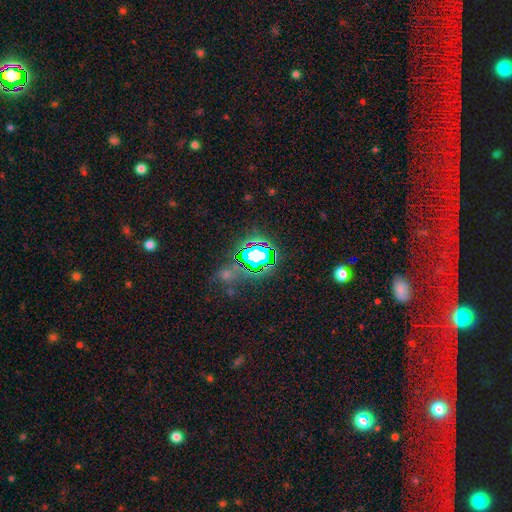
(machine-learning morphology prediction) This is likely a star or artifact rather than a galaxy (67%).